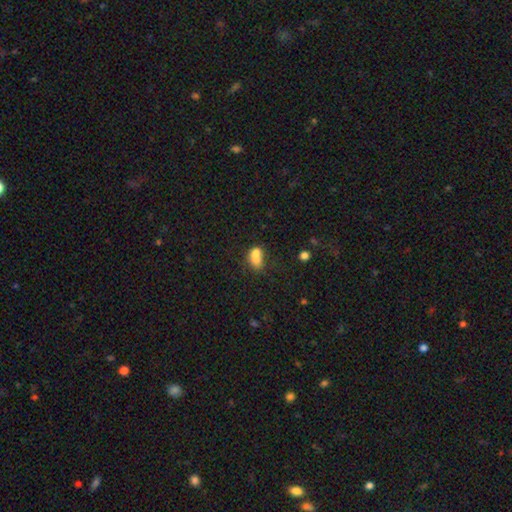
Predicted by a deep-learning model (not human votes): Smooth or featured?
  - smooth: 72% *
  - featured or disk: 17%
  - star or artifact: 12%
How rounded?
  - in between: 64% *
  - round: 34%
  - cigar-shaped: 2%
Merging?
  - merger: 57% *
  - none: 23%
  - minor disturbance: 12%
  - major disturbance: 8%